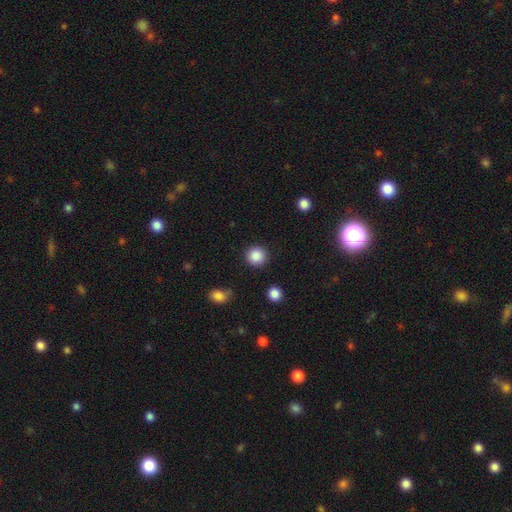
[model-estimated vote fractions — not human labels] Smooth or featured? smooth (88%)
How rounded? round (94%)
Merging? none (90%)